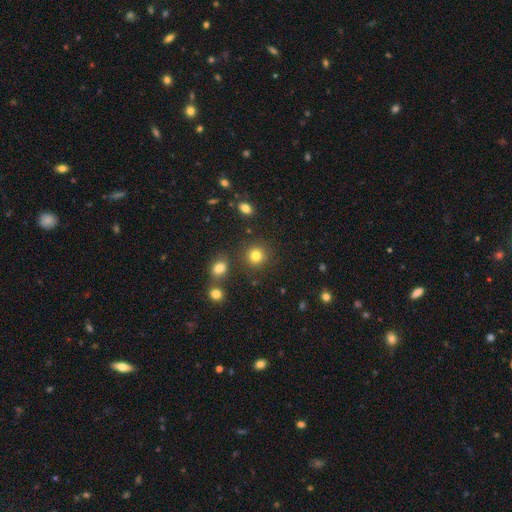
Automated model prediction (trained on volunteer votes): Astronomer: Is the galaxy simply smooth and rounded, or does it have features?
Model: smooth — 81%.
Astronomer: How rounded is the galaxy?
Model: round — 89%.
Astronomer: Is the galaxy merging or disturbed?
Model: none — 84%.